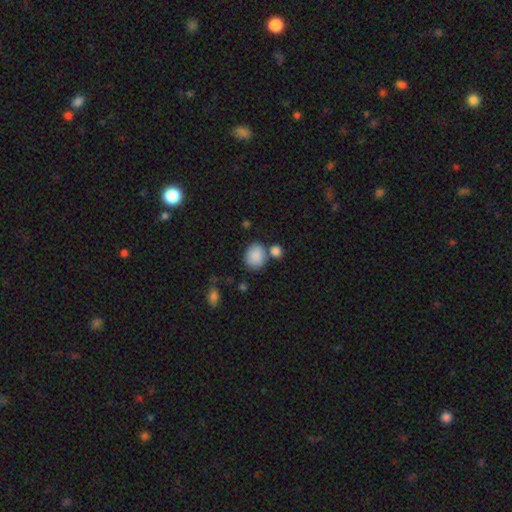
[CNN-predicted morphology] type=smooth (88%); roundness=round (51%); merging=none (63%).